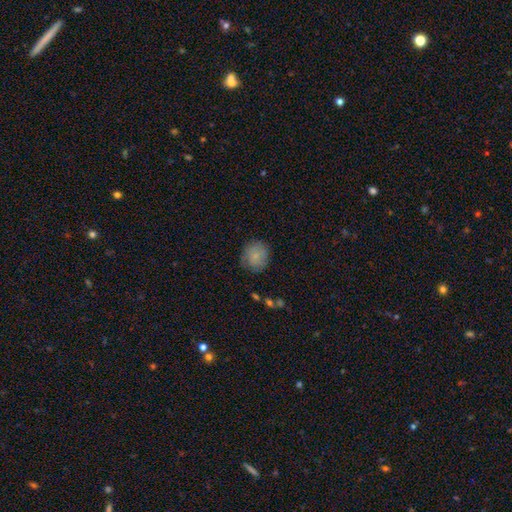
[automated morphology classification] This appears to be a smooth galaxy with no disk features (76%) that is round (85%). Merging: none (76%).